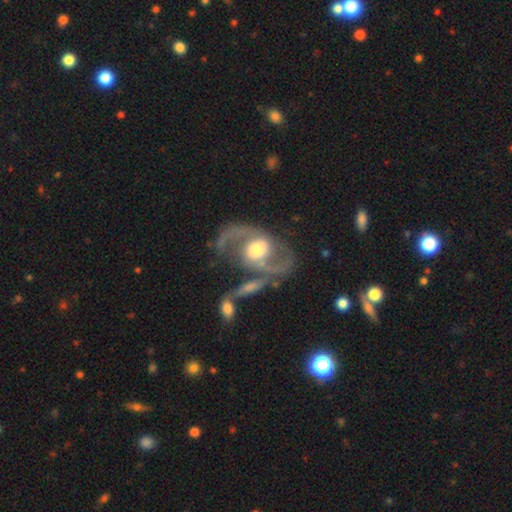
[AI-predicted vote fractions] Smooth or featured: featured or disk — 84% (smooth — 11%)
Edge-on disk: no — 95% (yes — 5%)
Bar: no — 53% (weak — 32%)
Spiral arms: yes — 89% (no — 11%)
Spiral winding: medium — 48% (loose — 39%)
Spiral arm count: 2 — 90% (can't tell — 4%)
Bulge size: moderate — 61% (large — 24%)
Merging: none — 53% (minor disturbance — 16%)